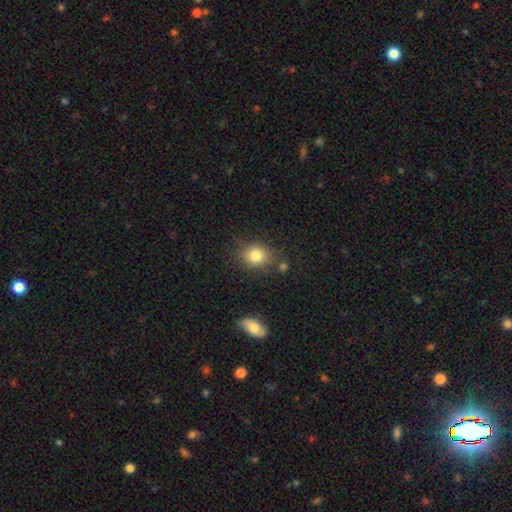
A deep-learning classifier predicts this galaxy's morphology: This is clearly a smooth galaxy (82%). How rounded: possibly round (59%). Merging: likely none (76%).